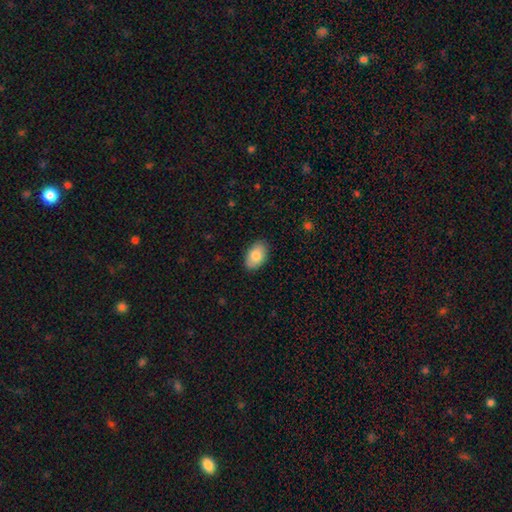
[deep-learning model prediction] A smooth galaxy with no disk features (84%) that is in between round and cigar-shaped (93%).

Vote fractions:
- Smooth or featured? smooth: 84% / featured or disk: 10% / star or artifact: 6%
- How rounded? in between: 93% / round: 6% / cigar-shaped: 1%
- Merging? none: 87% / minor disturbance: 10% / major disturbance: 2% / merger: 1%